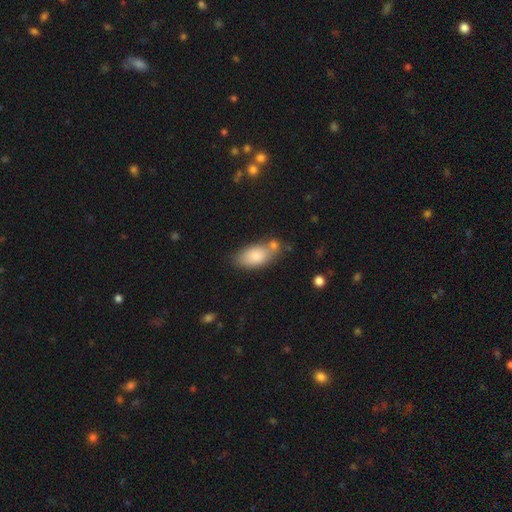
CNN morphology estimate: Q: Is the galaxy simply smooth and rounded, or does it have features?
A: smooth — 82%.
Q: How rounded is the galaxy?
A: in between — 91%.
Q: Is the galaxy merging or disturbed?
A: none — 53%.